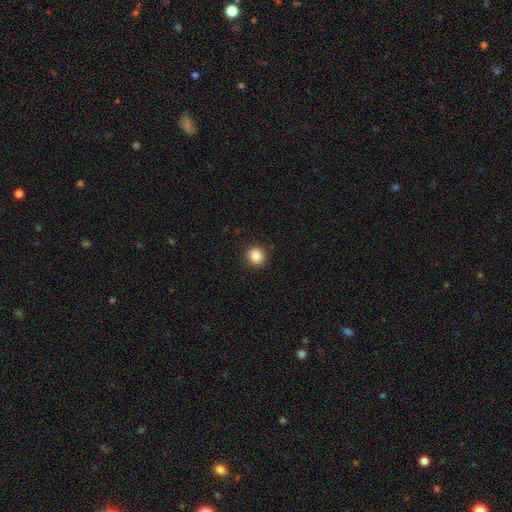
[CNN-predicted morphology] smooth-or-featured: smooth: 86% | star or artifact: 10% | featured or disk: 5%
  how-rounded: round: 91% | in between: 8% | cigar-shaped: 1%
  merging: none: 92% | minor disturbance: 6% | major disturbance: 2% | merger: 1%